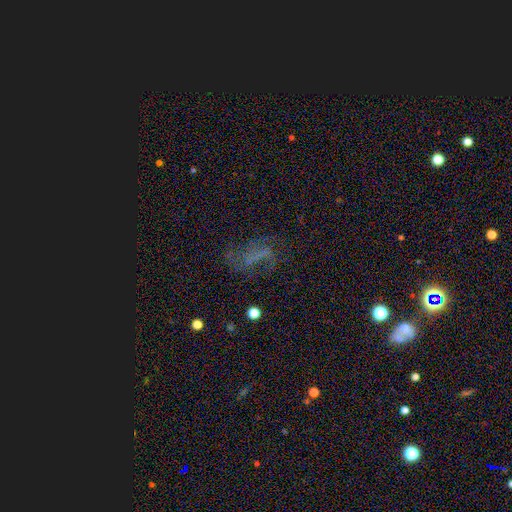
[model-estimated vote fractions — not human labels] smooth-or-featured: featured or disk: 43% | smooth: 30% | star or artifact: 27%
  merging: none: 49% | major disturbance: 28% | minor disturbance: 19% | merger: 4%